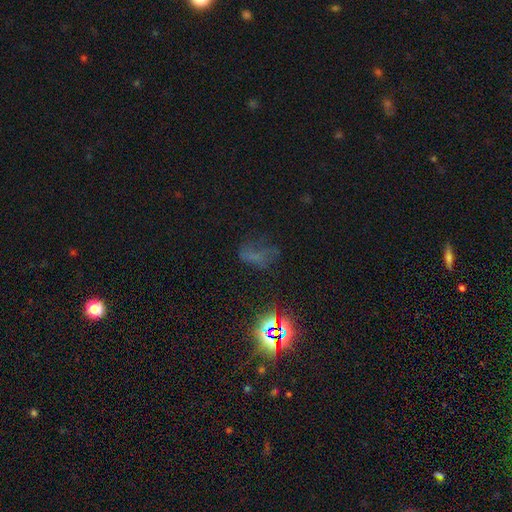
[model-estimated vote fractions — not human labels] smooth_or_featured: star or artifact (p=0.47) [alt: smooth p=0.30]